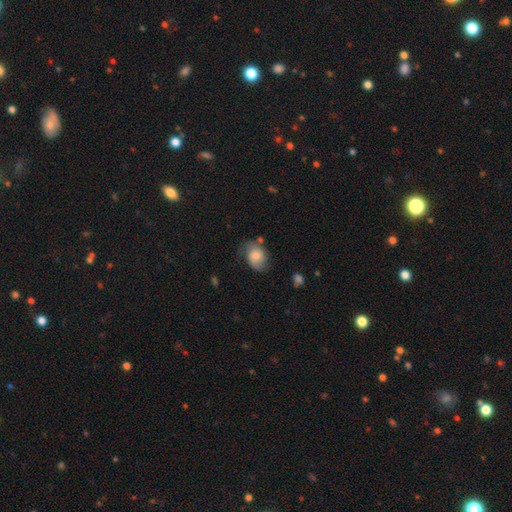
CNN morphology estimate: smooth-or-featured: smooth: 56% | featured or disk: 36% | star or artifact: 8%
  how-rounded: in between: 65% | round: 34% | cigar-shaped: 1%
  merging: none: 53% | minor disturbance: 31% | major disturbance: 14% | merger: 3%